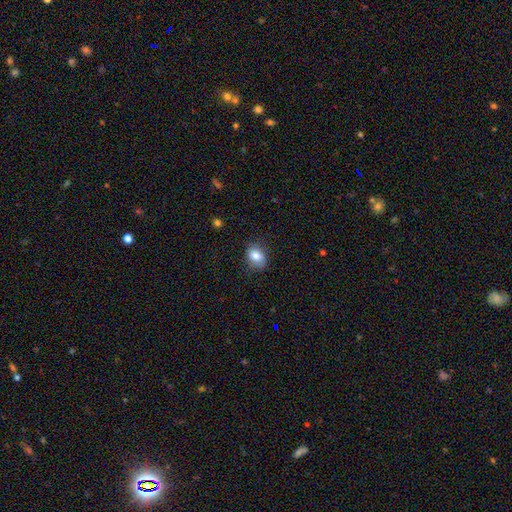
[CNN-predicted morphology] Q: Smooth or featured?
A: smooth (82%); runner-up: featured or disk (9%)
Q: How rounded?
A: in between (63%); runner-up: round (36%)
Q: Merging?
A: none (78%); runner-up: minor disturbance (17%)